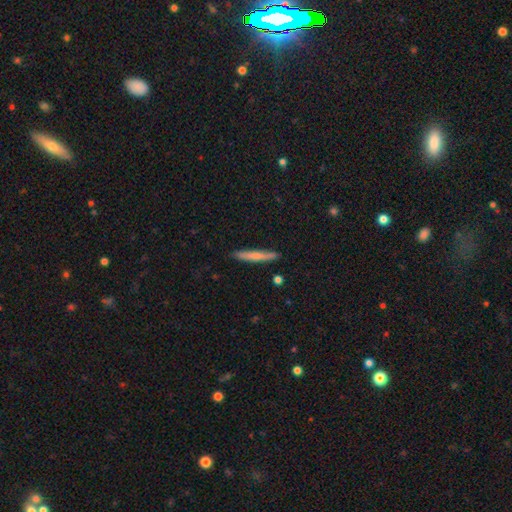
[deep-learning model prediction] This appears to be a smooth galaxy with no disk features (66%) that is cigar-shaped (95%). Merging: none (87%).